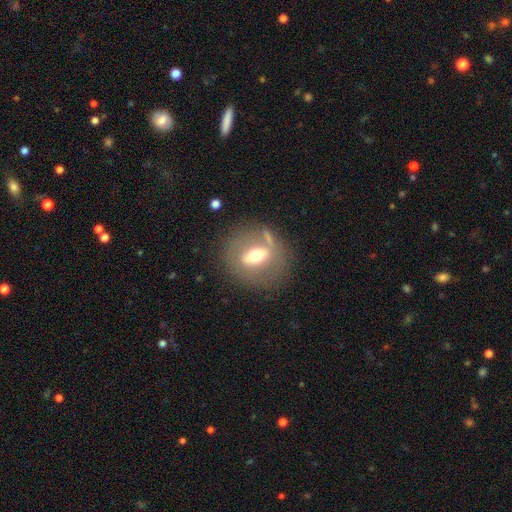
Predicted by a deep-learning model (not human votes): Overall: featured or disk (57%; smooth 35%). Edge-on disk: no (70%; yes 30%). Merging: none (73%).